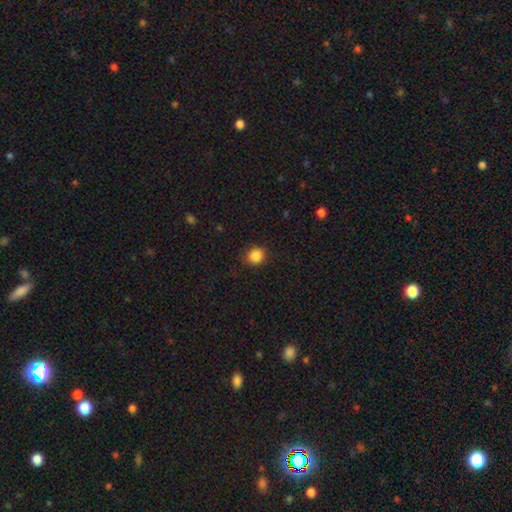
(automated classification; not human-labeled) The model was most divided on "how rounded": round: 80%, in between: 19%, cigar-shaped: 1%. More confident: merging — none (88%); smooth or featured — smooth (86%).